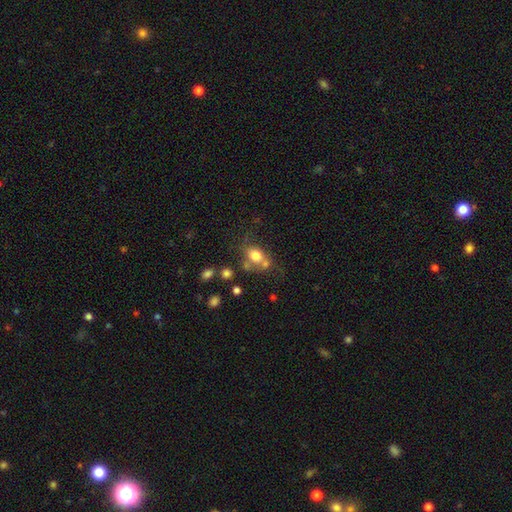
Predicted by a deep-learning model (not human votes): smooth 75%, featured or disk 14%, star or artifact 12%. Down the decision tree: how rounded — in between (55%); merging — none (44%).